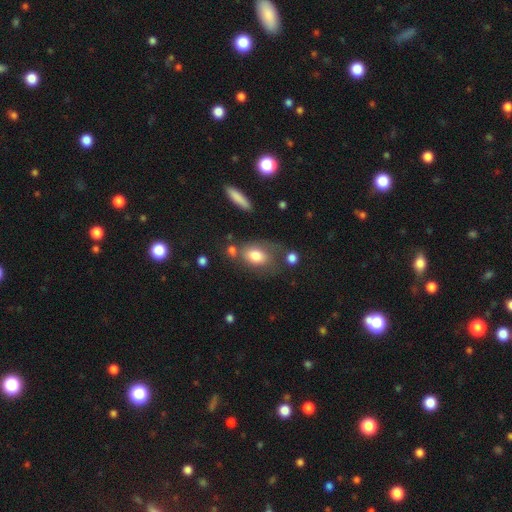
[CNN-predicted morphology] Q: Smooth or featured?
A: smooth (76%); runner-up: featured or disk (16%)
Q: How rounded?
A: in between (79%); runner-up: round (19%)
Q: Merging?
A: none (46%); runner-up: minor disturbance (24%)